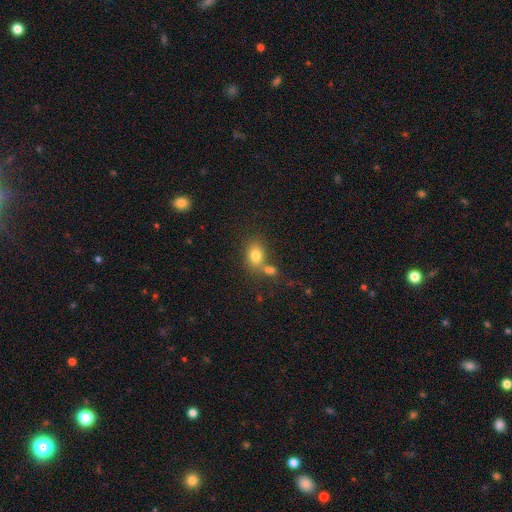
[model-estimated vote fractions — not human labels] The model was most divided on "merging": none: 56%, merger: 27%, minor disturbance: 12%, major disturbance: 5%. More confident: smooth or featured — smooth (80%); how rounded — in between (64%).